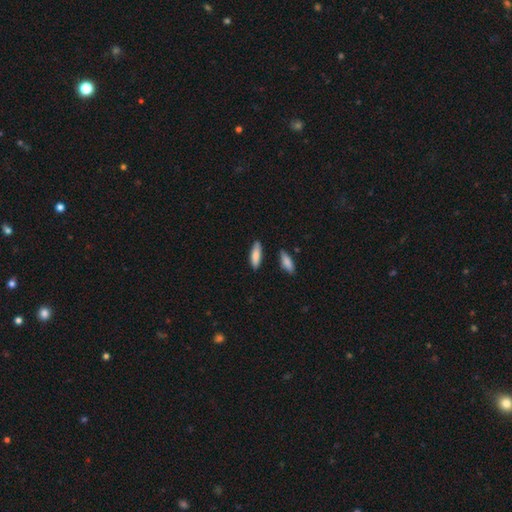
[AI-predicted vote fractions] Smooth or featured? Predicted: smooth (p=0.84). How rounded? Predicted: in between (p=0.51). Merging? Predicted: none (p=0.80).